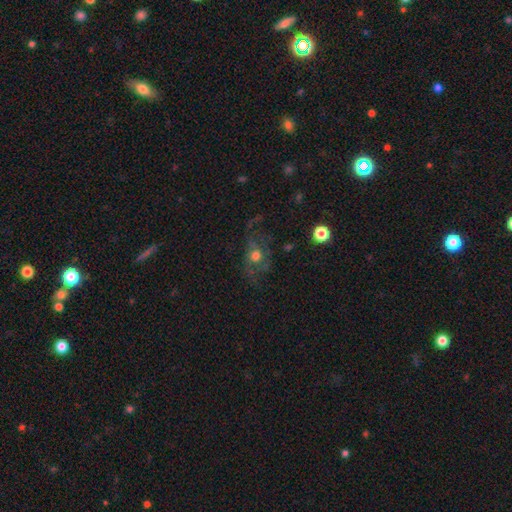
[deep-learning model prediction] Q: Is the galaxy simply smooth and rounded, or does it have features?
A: featured or disk — 49%.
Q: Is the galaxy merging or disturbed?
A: none — 48%.